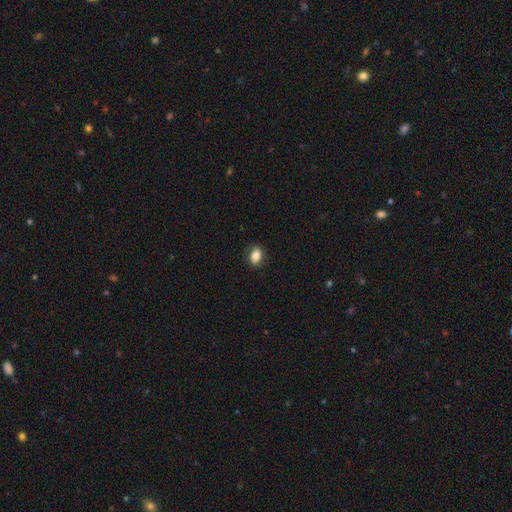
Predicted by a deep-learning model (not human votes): Smooth or featured? Predicted: smooth (p=0.83). How rounded? Predicted: in between (p=0.77). Merging? Predicted: none (p=0.84).